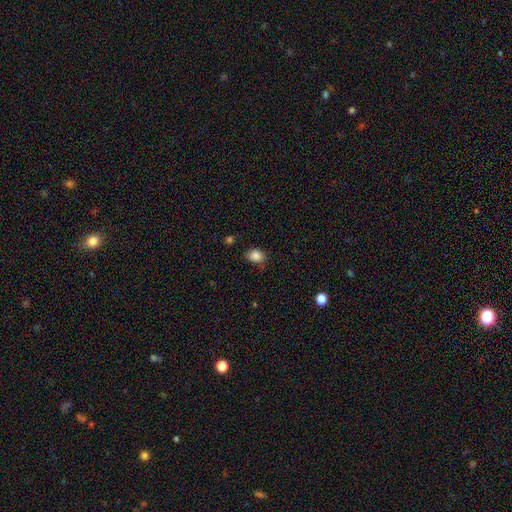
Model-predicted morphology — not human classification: This is clearly a smooth galaxy (86%). How rounded: possibly in between (60%). Merging: likely none (73%).